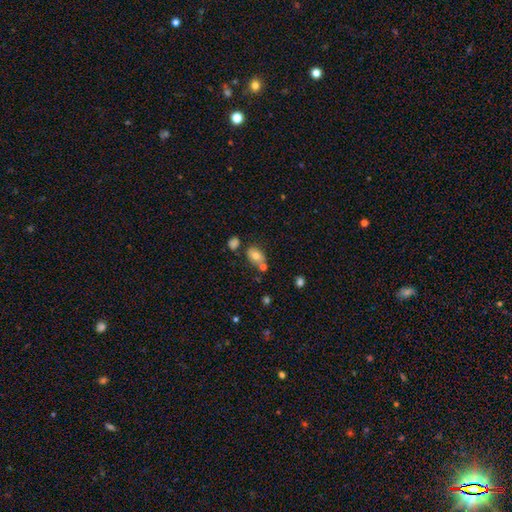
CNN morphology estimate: type=smooth (75%); roundness=in between (78%); merging=none (59%).